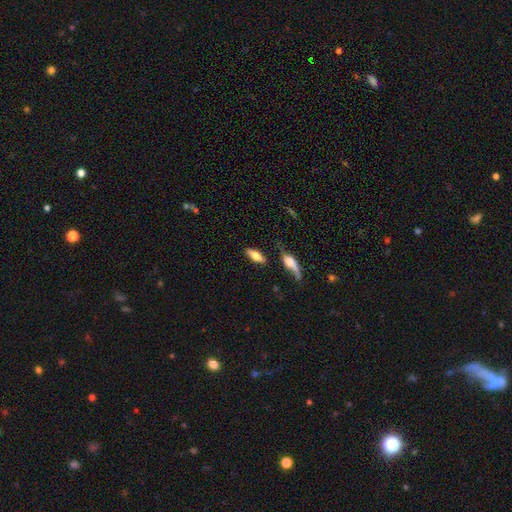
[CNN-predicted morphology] A smooth galaxy with no disk features (69%) that is in between round and cigar-shaped (75%).

Vote fractions:
- Smooth or featured? smooth: 69% / featured or disk: 24% / star or artifact: 7%
- How rounded? in between: 75% / cigar-shaped: 21% / round: 4%
- Merging? none: 67% / minor disturbance: 15% / merger: 10% / major disturbance: 7%